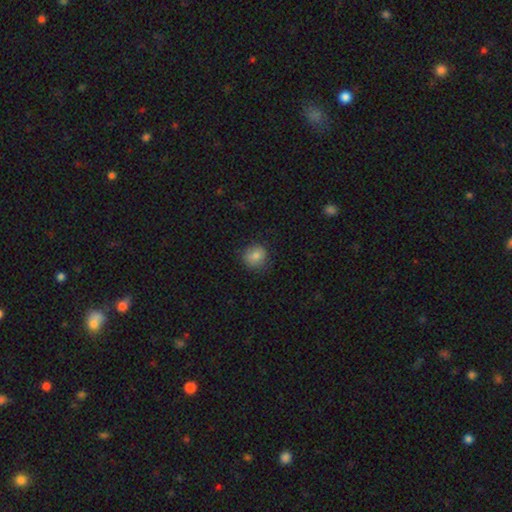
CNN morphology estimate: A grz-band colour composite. It shows a smooth galaxy with no disk features (83%) that is round (84%). Merging: none (81%).